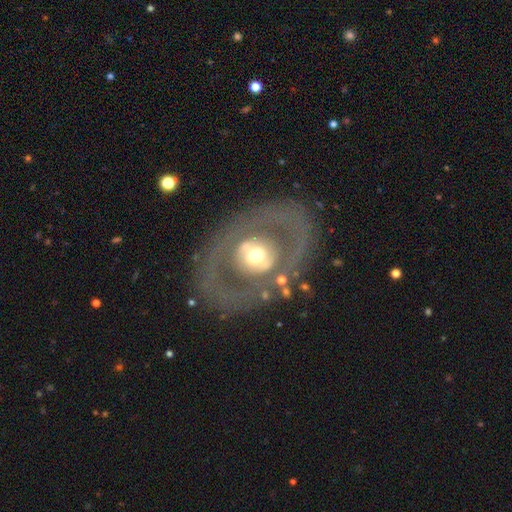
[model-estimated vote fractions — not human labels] featured or disk 66%, smooth 28%, star or artifact 7%. Down the decision tree: edge-on disk — no (91%); bar — no (67%); spiral arms — no (79%); bulge size — moderate (60%); merging — none (74%).